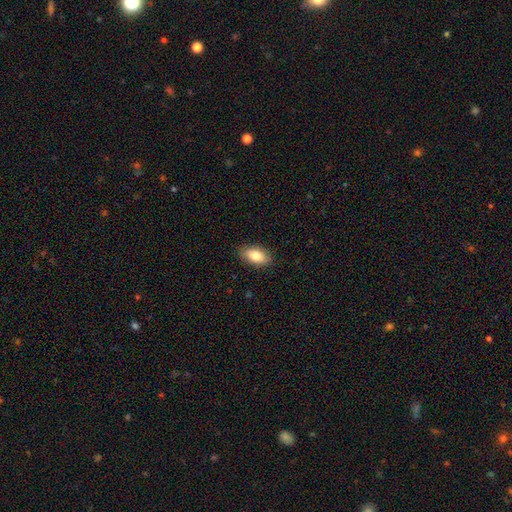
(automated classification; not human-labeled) A smooth galaxy with no disk features (82%) that is in between round and cigar-shaped (91%). Merging: none (88%).